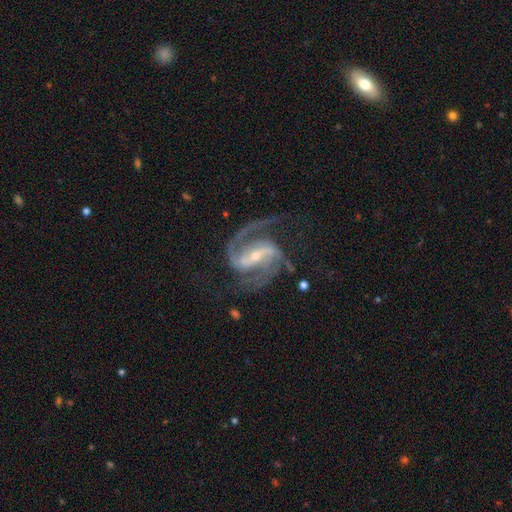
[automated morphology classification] type=featured or disk (93%); edge-on=no (98%); bar=strong (63%); spiral arms=yes (98%); winding=medium (63%); arm count=2 (88%); bulge=small (65%); merging=none (72%).